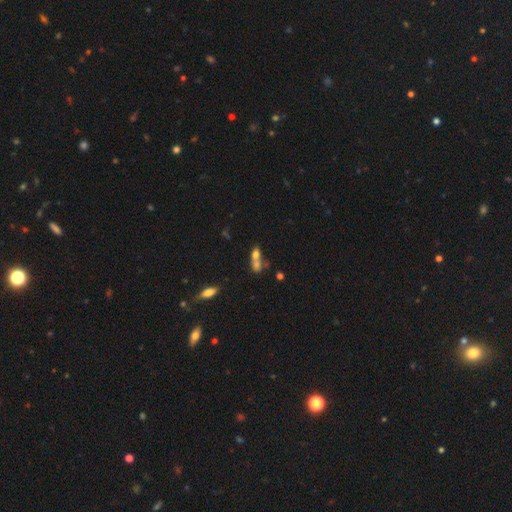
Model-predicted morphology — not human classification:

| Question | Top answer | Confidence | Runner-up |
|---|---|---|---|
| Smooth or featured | smooth | 61% | featured or disk (25%) |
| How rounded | in between | 62% | cigar-shaped (21%) |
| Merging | merger | 58% | none (26%) |